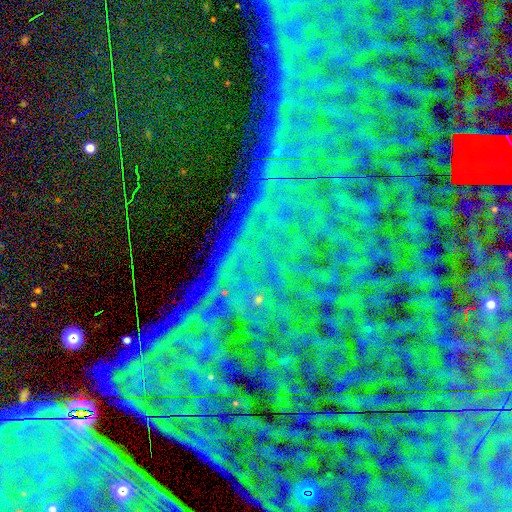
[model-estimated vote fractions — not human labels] This is clearly a star or artifact rather than a galaxy (84%).